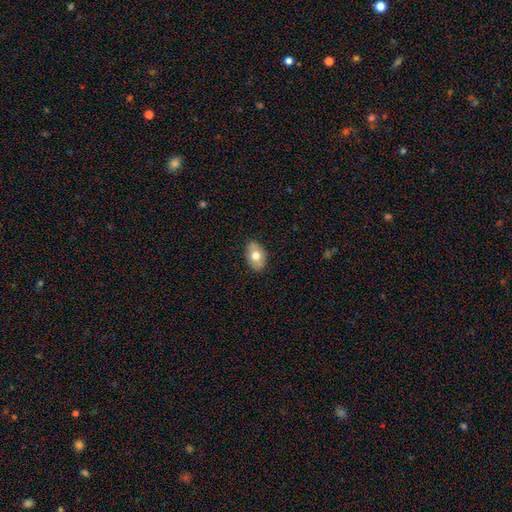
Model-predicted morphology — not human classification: This appears to be a smooth galaxy with no disk features (72%) that is in between round and cigar-shaped (86%). Merging: none (85%).